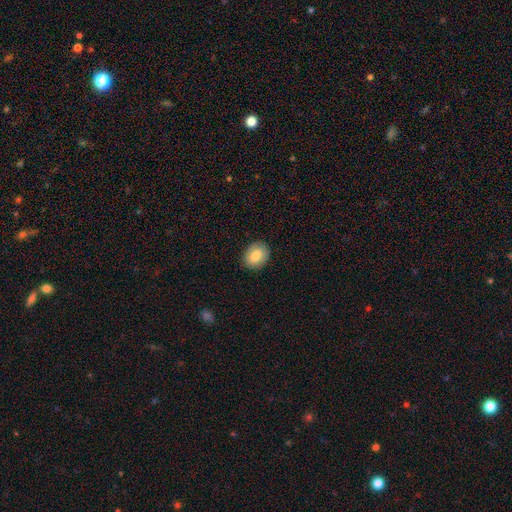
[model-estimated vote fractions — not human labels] smooth 81%, featured or disk 11%, star or artifact 8%. Down the decision tree: how rounded — in between (53%); merging — none (88%).